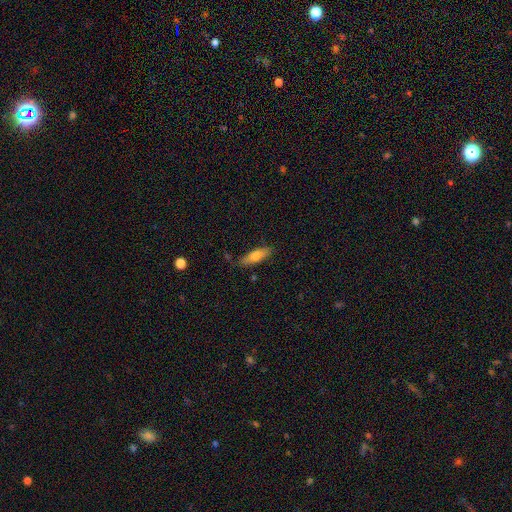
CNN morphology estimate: Smooth or featured?
  - smooth: 73% *
  - featured or disk: 21%
  - star or artifact: 6%
How rounded?
  - cigar-shaped: 49% * (tied)
  - in between: 49% * (tied)
  - round: 2%
Merging?
  - none: 78% *
  - minor disturbance: 16%
  - major disturbance: 3%
  - merger: 3%